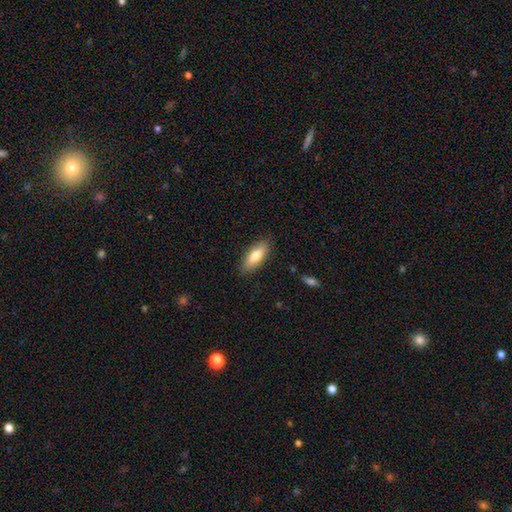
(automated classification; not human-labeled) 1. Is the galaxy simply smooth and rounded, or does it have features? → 74% smooth, 20% featured or disk, 6% star or artifact.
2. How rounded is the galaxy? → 68% in between, 30% cigar-shaped, 2% round.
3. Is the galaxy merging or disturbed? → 86% none, 10% minor disturbance, 2% major disturbance, 1% merger.